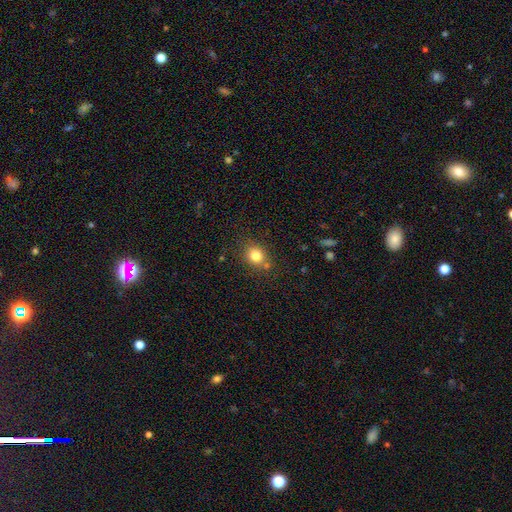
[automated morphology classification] smooth 81%, star or artifact 12%, featured or disk 7%. Down the decision tree: how rounded — round (69%); merging — none (74%).